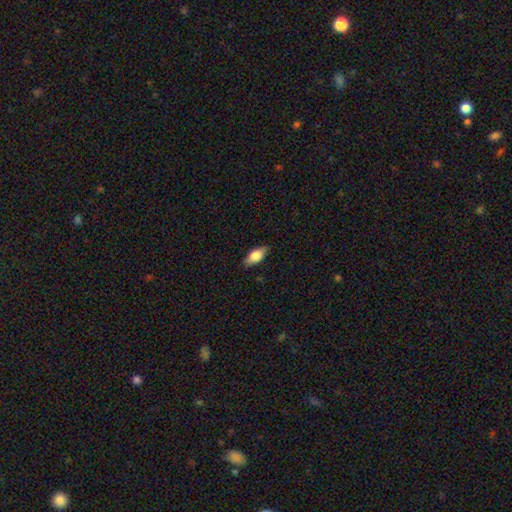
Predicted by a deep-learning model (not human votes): Smooth or featured: smooth — 74% (featured or disk — 20%)
How rounded: in between — 84% (cigar-shaped — 13%)
Merging: none — 86% (minor disturbance — 11%)